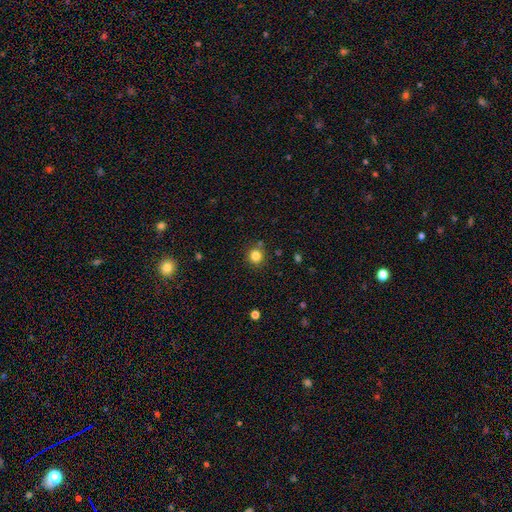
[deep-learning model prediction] Smooth or featured?
  - smooth: 82% *
  - star or artifact: 13%
  - featured or disk: 5%
How rounded?
  - round: 92% *
  - in between: 7%
  - cigar-shaped: 1%
Merging?
  - none: 85% *
  - minor disturbance: 8%
  - merger: 4%
  - major disturbance: 3%